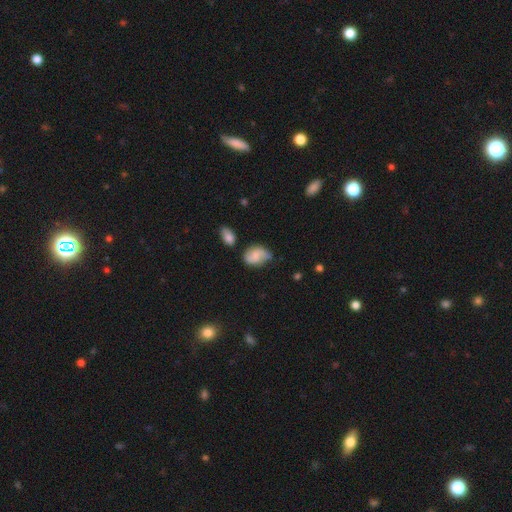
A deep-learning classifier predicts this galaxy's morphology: A smooth galaxy with no disk features (54%) that is in between round and cigar-shaped (75%). Merging: none (51%).